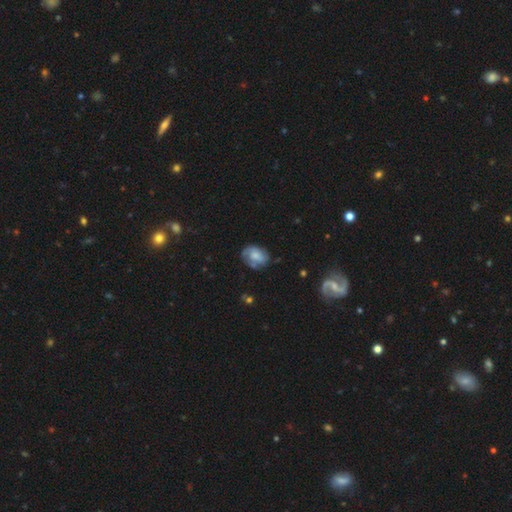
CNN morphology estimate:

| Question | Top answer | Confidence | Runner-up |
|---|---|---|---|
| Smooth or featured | smooth | 53% | featured or disk (38%) |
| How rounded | in between | 67% | round (32%) |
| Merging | none | 57% | minor disturbance (28%) |